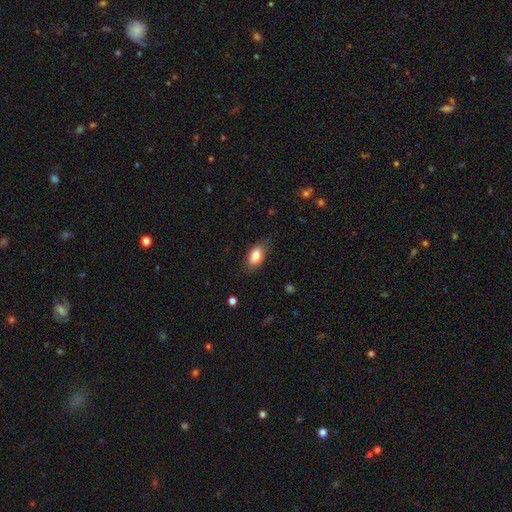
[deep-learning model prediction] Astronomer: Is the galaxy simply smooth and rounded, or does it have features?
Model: smooth — 83%.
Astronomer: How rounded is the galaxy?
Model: in between — 90%.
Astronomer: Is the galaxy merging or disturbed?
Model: none — 79%.